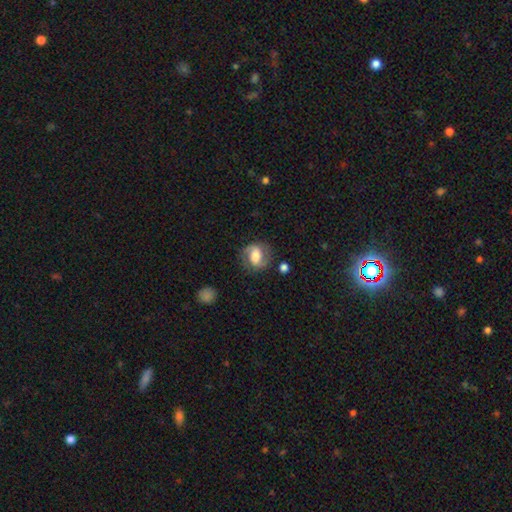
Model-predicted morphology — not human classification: Overall: featured or disk (52%; smooth 40%). Edge-on disk: no (96%). Merging: none (74%).